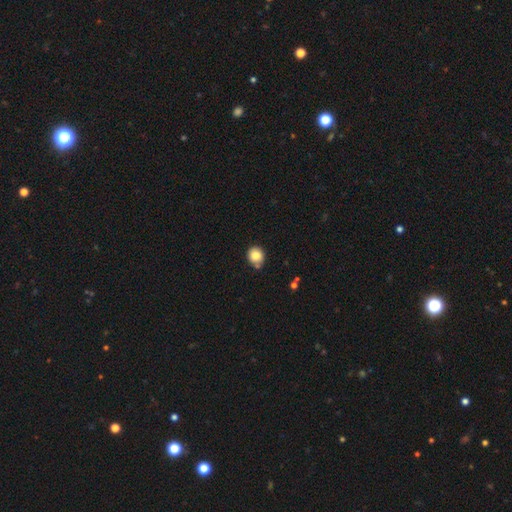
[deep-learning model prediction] Overall: smooth (83%). How rounded: round (82%). Merging: none (70%).